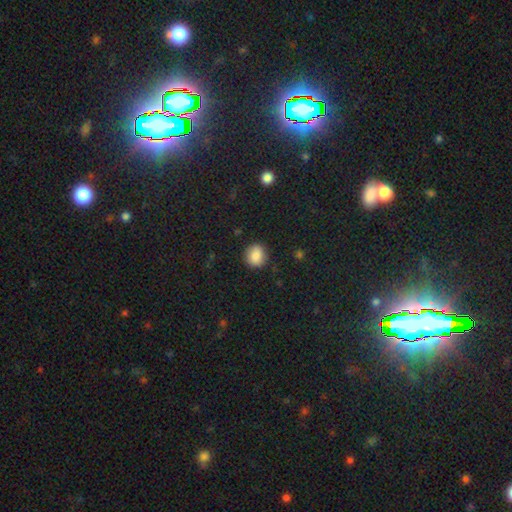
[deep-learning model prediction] smooth-or-featured: smooth: 86% | star or artifact: 9% | featured or disk: 5%
  how-rounded: round: 74% | in between: 25% | cigar-shaped: 1%
  merging: none: 87% | minor disturbance: 9% | major disturbance: 3% | merger: 1%